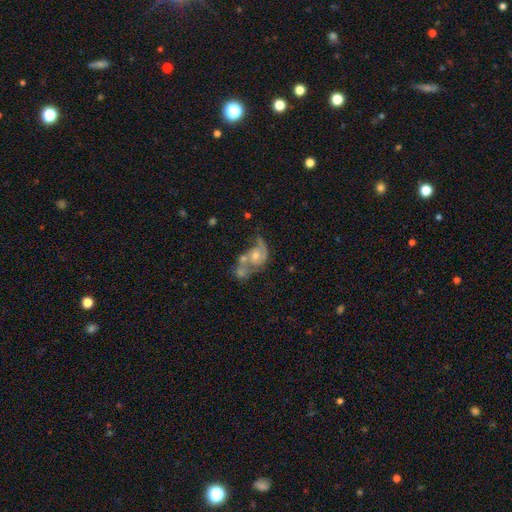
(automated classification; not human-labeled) Morphology: type=featured or disk (72%); edge-on=no (97%); bar=no (73%); spiral arms=yes (84%); winding=medium (43%); arm count=2 (66%); bulge=moderate (56%); merging=merger (52%).